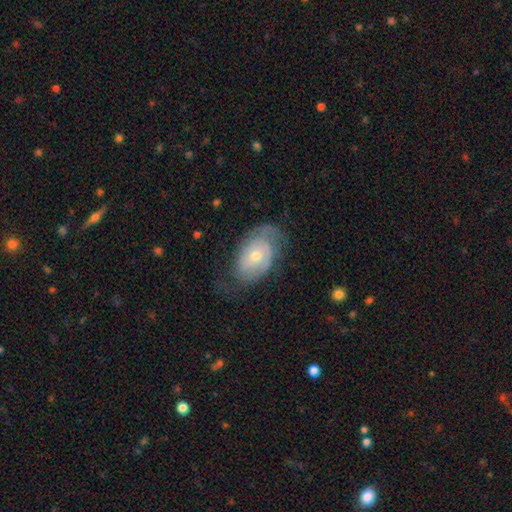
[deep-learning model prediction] Overall: featured or disk (68%). Edge-on disk: no (95%). Bar: no (74%). Spiral arms: yes (84%). Spiral arm count: 2 (51%; can't tell 29%). Spiral winding: tight (52%; medium 32%). Bulge size: small (50%; moderate 46%). Merging: none (60%; minor disturbance 25%).